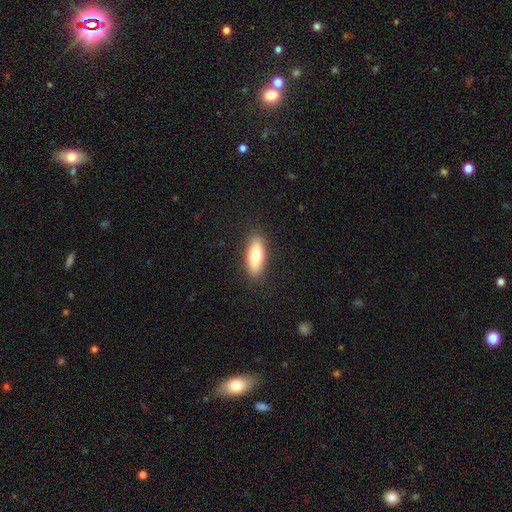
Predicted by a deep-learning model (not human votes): Morphology: type=smooth (75%); roundness=in between (69%); merging=none (89%).